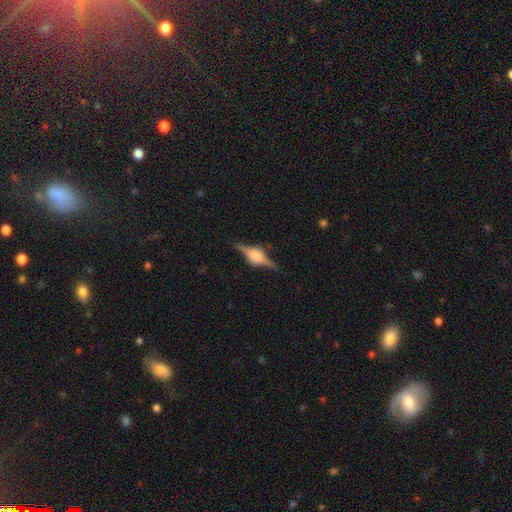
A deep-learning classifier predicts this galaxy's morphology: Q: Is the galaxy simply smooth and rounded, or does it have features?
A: featured or disk — 84%.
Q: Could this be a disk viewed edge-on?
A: yes — 98%.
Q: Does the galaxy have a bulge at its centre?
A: rounded — 86%.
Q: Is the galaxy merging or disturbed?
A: none — 86%.